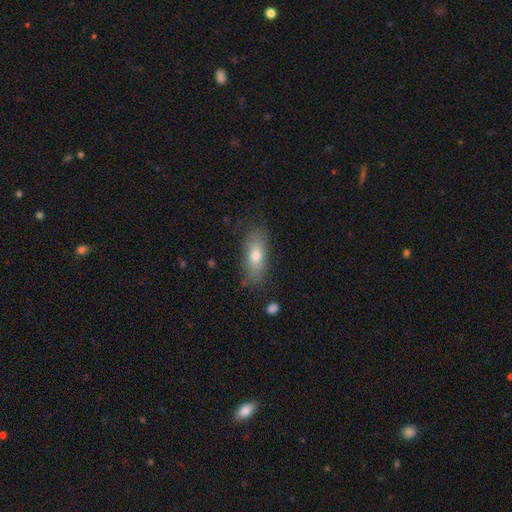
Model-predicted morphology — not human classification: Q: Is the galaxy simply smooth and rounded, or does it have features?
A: smooth — 73%.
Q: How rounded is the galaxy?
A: in between — 73%.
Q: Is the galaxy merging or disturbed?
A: none — 80%.